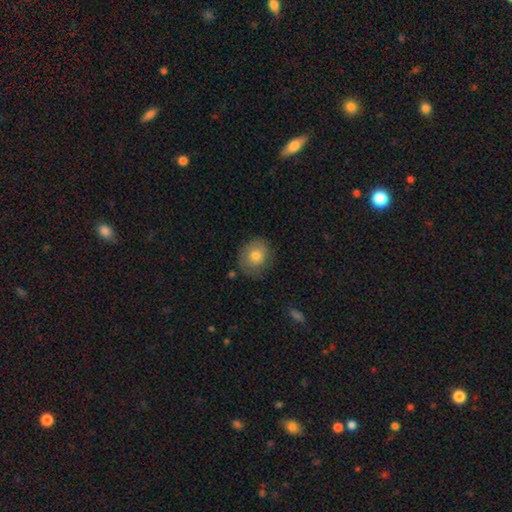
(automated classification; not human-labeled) smooth 76%, featured or disk 15%, star or artifact 9%. Down the decision tree: how rounded — round (72%); merging — none (74%).